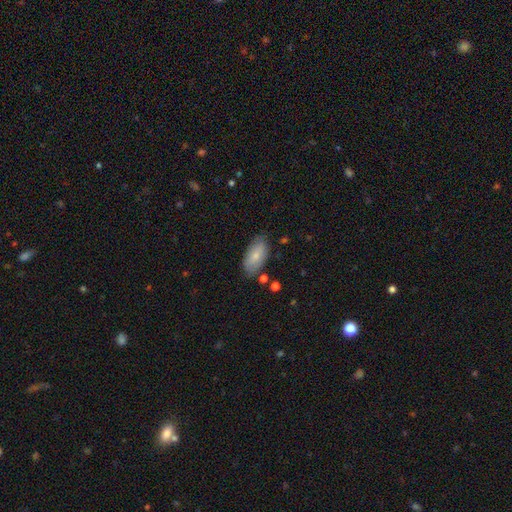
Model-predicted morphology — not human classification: The model was most divided on "smooth or featured": smooth: 76%, featured or disk: 18%, star or artifact: 6%. More confident: how rounded — in between (92%); merging — none (77%).